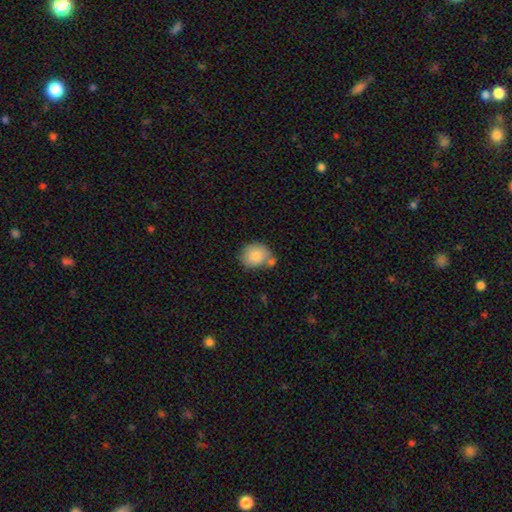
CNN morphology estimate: smooth 83%, featured or disk 9%, star or artifact 7%. Down the decision tree: how rounded — round (60%); merging — none (56%).